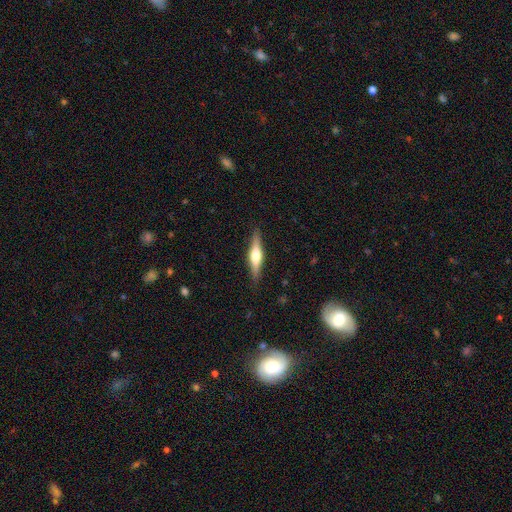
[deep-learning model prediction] Q: Smooth or featured?
A: featured or disk (63%); runner-up: smooth (32%)
Q: Edge-on disk?
A: yes (97%); runner-up: no (3%)
Q: Edge-on bulge?
A: rounded (92%); runner-up: boxy (6%)
Q: Merging?
A: none (89%); runner-up: minor disturbance (8%)